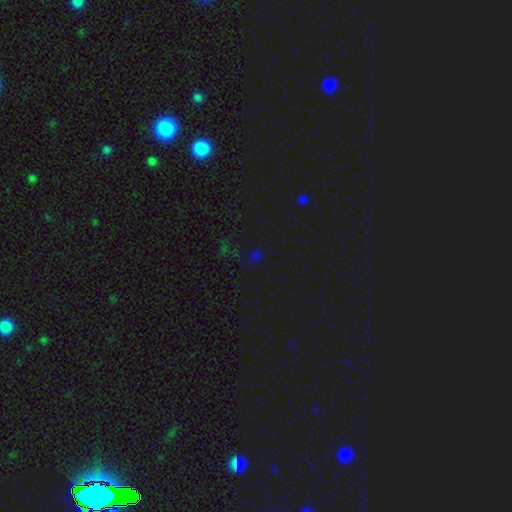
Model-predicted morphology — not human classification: smooth_or_featured: star or artifact (p=0.63) [alt: smooth p=0.29]